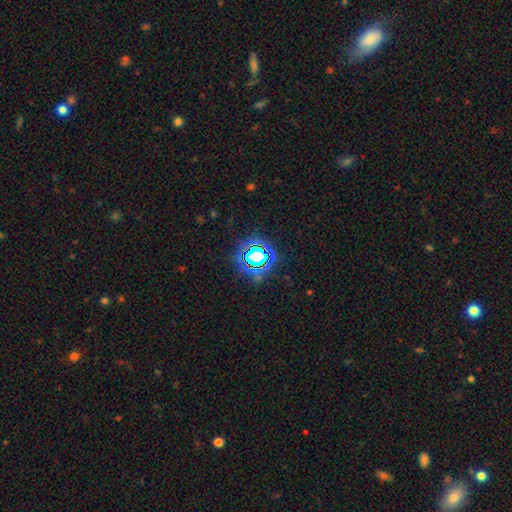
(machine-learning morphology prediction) Smooth or featured? Predicted: star or artifact (p=0.70).